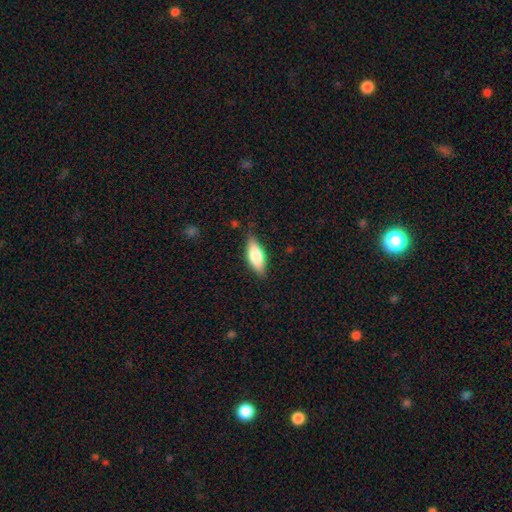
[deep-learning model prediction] Morphology: type=smooth (77%); roundness=in between (75%); merging=none (79%).